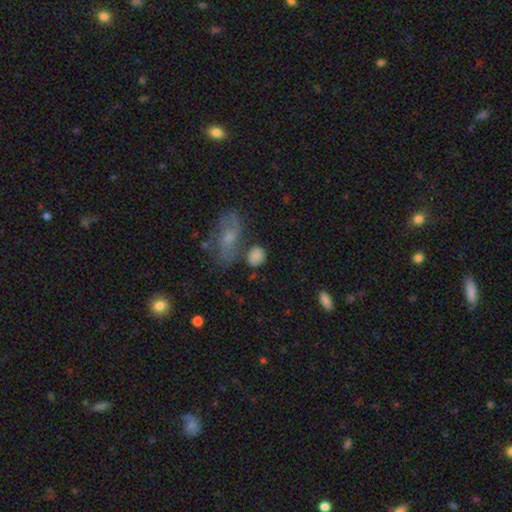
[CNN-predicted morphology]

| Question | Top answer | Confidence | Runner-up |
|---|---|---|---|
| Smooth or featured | smooth | 80% | star or artifact (10%) |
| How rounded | round | 53% | in between (45%) |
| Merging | none | 63% | minor disturbance (17%) |